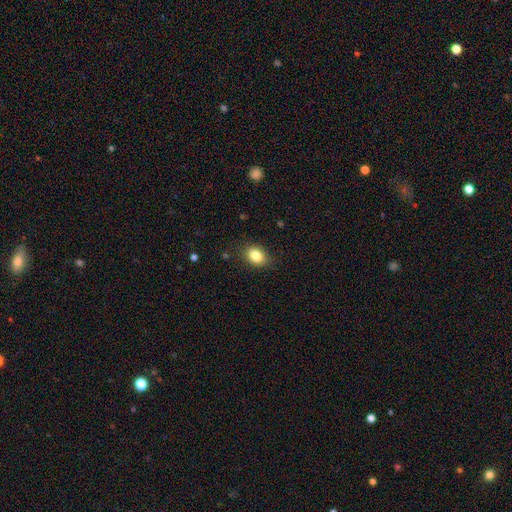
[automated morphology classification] Smooth or featured: smooth — 84% (star or artifact — 9%)
How rounded: in between — 70% (round — 29%)
Merging: none — 84% (minor disturbance — 12%)